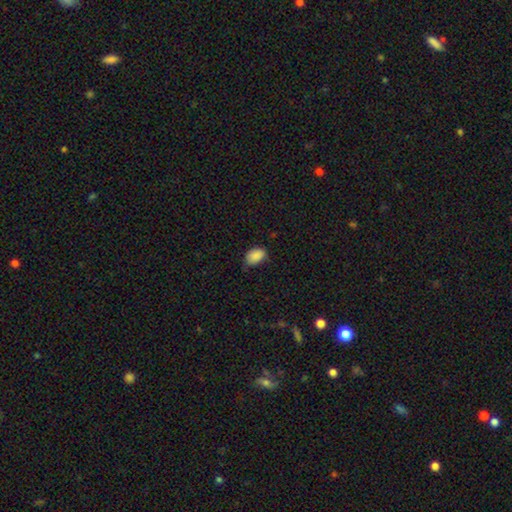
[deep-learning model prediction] Smooth or featured? Predicted: smooth (p=0.87). How rounded? Predicted: in between (p=0.86). Merging? Predicted: none (p=0.63).